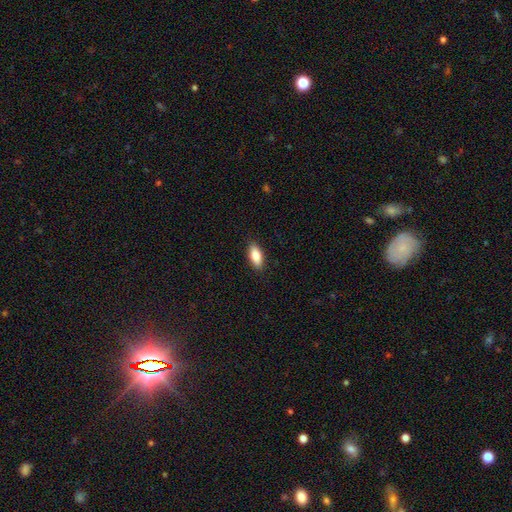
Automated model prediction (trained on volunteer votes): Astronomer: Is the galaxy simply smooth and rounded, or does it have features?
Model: smooth — 85%.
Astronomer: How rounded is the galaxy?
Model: in between — 85%.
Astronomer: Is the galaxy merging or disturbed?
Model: none — 89%.